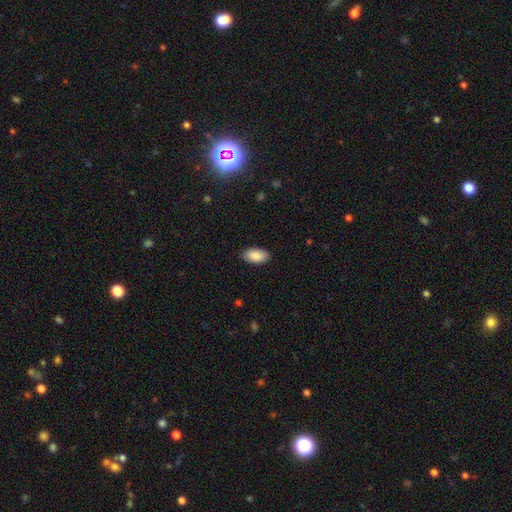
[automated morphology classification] This appears to be a smooth galaxy with no disk features (89%) that is in between round and cigar-shaped (95%). Merging: none (87%).